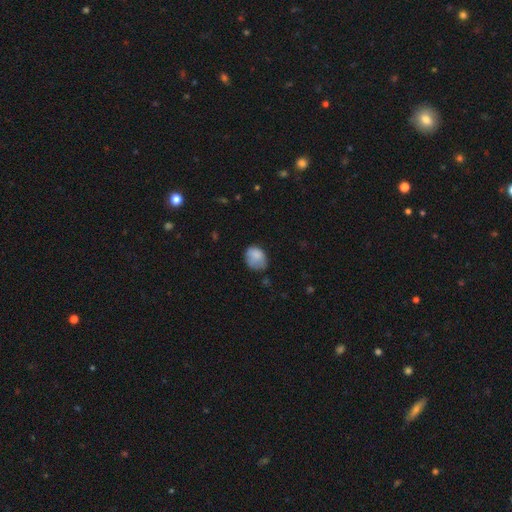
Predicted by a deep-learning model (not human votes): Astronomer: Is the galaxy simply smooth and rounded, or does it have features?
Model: smooth — 82%.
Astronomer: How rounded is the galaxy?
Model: in between — 57% (runner-up: round, 42%).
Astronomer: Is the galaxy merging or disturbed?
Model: none — 50% (runner-up: minor disturbance, 36%).